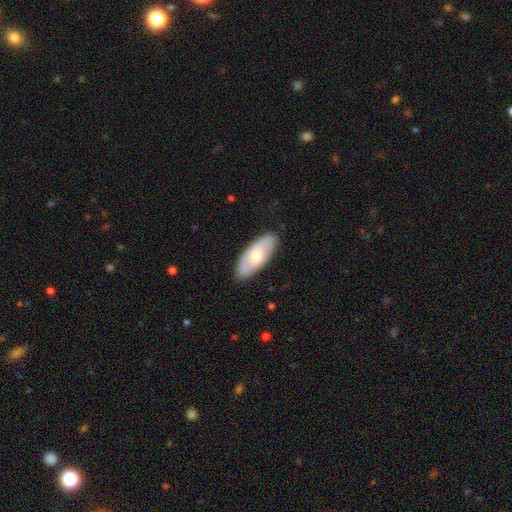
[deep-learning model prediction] Overall: featured or disk (52%; smooth 43%). Edge-on disk: no (83%). Merging: none (84%).